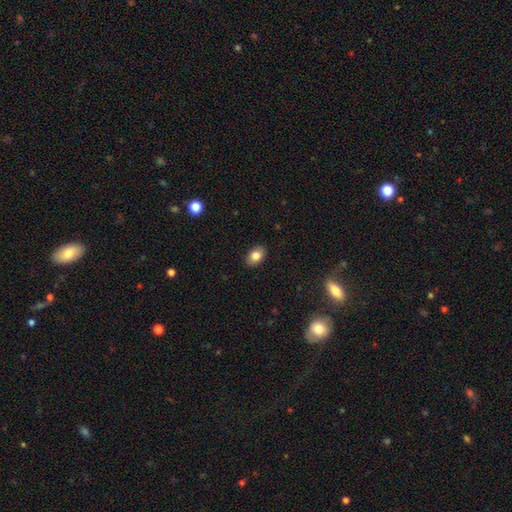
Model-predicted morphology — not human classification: type=smooth (81%); roundness=in between (85%); merging=none (89%).